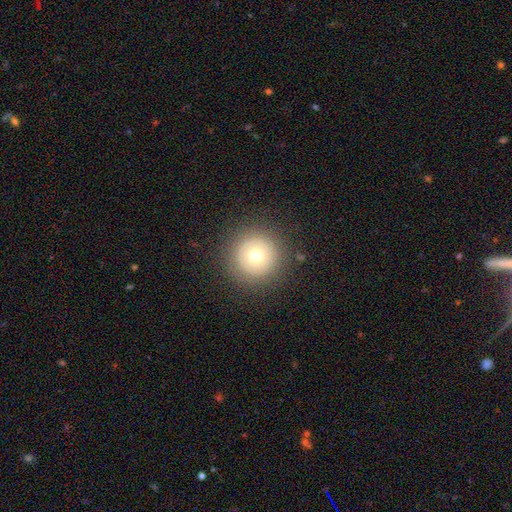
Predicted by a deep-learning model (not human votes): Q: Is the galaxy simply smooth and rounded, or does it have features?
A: smooth — 64%.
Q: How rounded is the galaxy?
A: round — 97%.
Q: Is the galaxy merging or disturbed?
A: none — 87%.